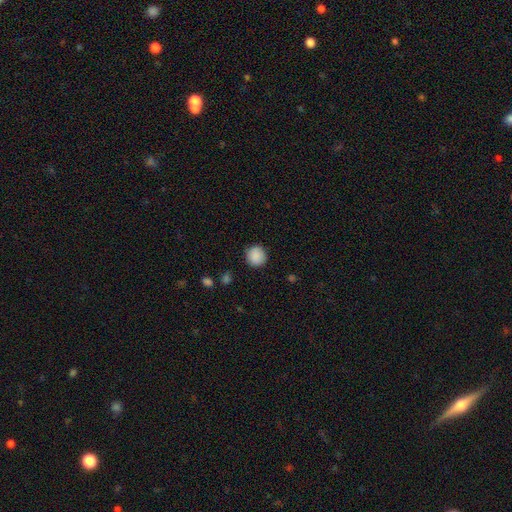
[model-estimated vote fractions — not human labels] Q: Smooth or featured?
A: smooth (89%); runner-up: star or artifact (8%)
Q: How rounded?
A: round (93%); runner-up: in between (6%)
Q: Merging?
A: none (89%); runner-up: minor disturbance (8%)